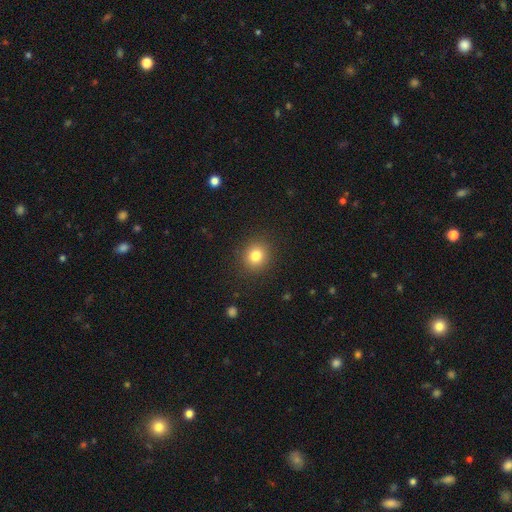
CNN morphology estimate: smooth-or-featured: smooth: 81% | star or artifact: 12% | featured or disk: 7%
  how-rounded: round: 84% | in between: 15% | cigar-shaped: 1%
  merging: none: 89% | minor disturbance: 7% | major disturbance: 3% | merger: 1%